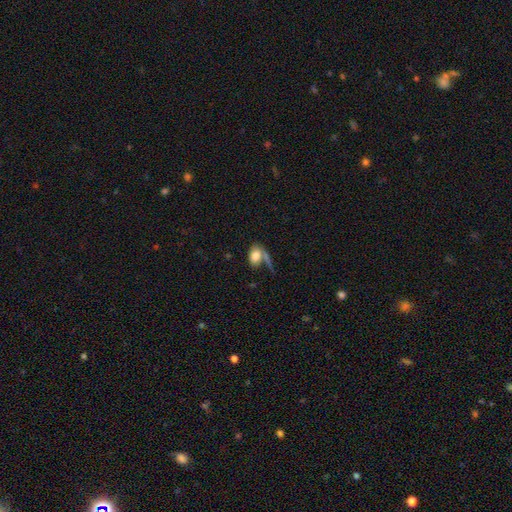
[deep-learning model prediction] A smooth galaxy with no disk features (74%) that is in between round and cigar-shaped (82%). Merging: none (40%).